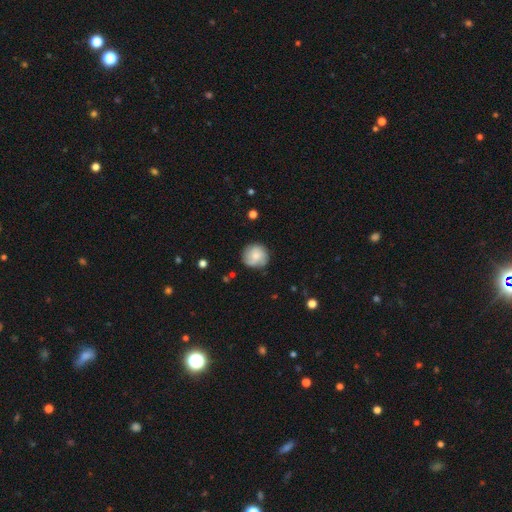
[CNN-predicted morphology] This appears to be a smooth galaxy with no disk features (62%) that is round (91%). Merging: none (77%).